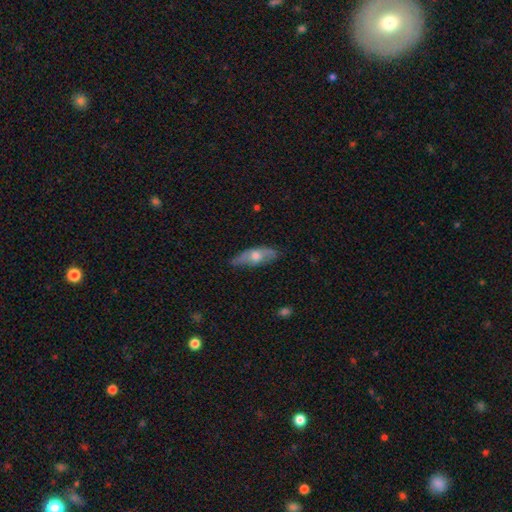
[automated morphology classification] smooth_or_featured: featured or disk (p=0.48) [alt: smooth p=0.46]
merging: none (p=0.75) [alt: minor disturbance p=0.20]